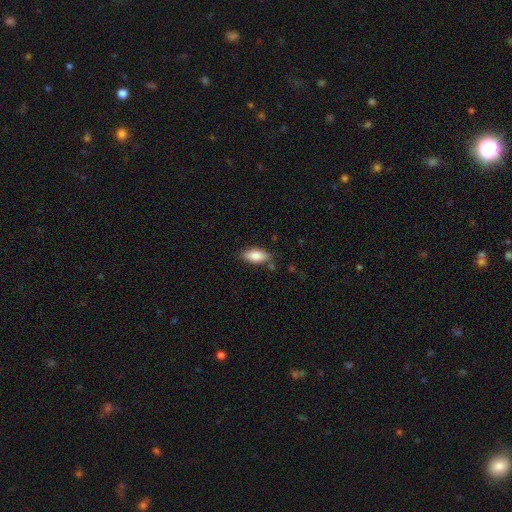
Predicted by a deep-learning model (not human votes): Morphology: type=smooth (83%); roundness=in between (85%); merging=none (79%).